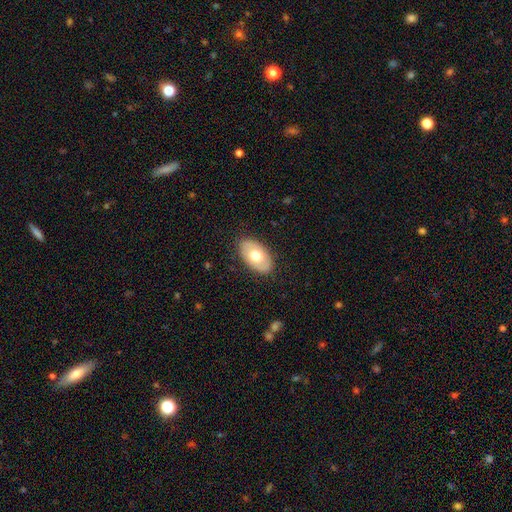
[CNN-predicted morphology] smooth-or-featured: smooth: 62% | featured or disk: 32% | star or artifact: 6%
  how-rounded: in between: 93% | round: 6% | cigar-shaped: 1%
  merging: none: 86% | minor disturbance: 11% | major disturbance: 3% | merger: 1%